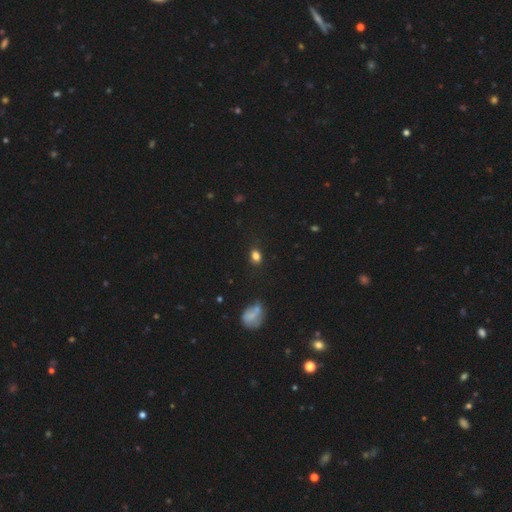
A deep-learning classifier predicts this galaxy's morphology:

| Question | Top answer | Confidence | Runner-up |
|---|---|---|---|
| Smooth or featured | smooth | 80% | star or artifact (13%) |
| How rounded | in between | 66% | round (31%) |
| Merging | none | 78% | minor disturbance (14%) |